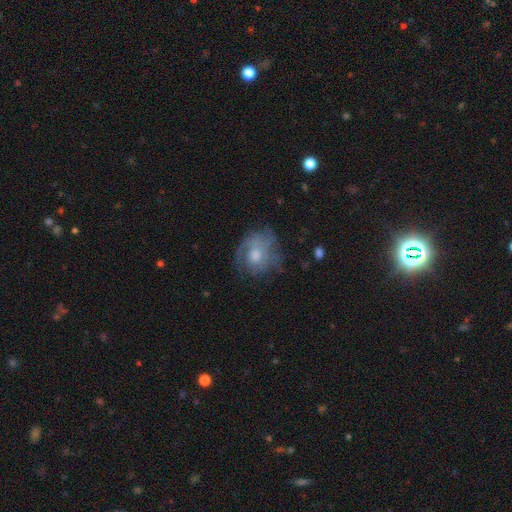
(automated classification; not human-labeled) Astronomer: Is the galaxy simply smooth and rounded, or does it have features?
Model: featured or disk — 49% (runner-up: smooth, 40%).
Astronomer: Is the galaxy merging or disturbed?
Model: none — 59%.